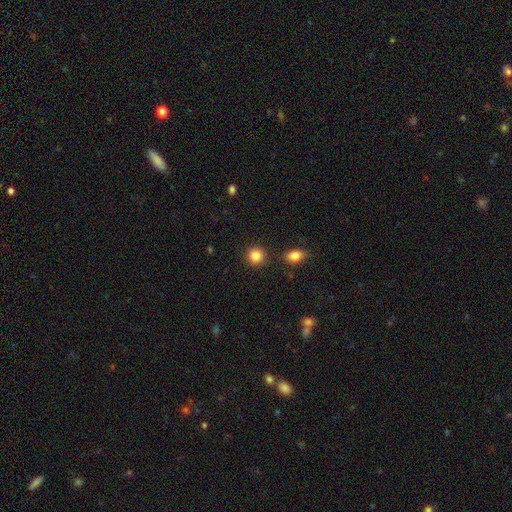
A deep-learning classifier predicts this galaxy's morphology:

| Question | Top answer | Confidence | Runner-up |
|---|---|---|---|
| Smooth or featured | smooth | 86% | star or artifact (10%) |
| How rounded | round | 90% | in between (9%) |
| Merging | none | 87% | minor disturbance (7%) |